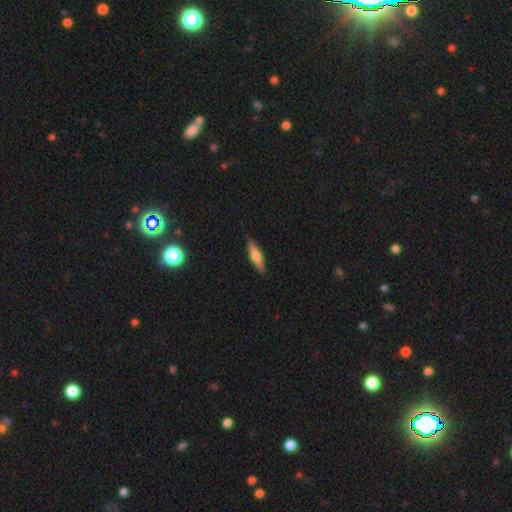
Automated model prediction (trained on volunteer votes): smooth-or-featured: smooth: 51% | featured or disk: 43% | star or artifact: 6%
  how-rounded: cigar-shaped: 74% | in between: 24% | round: 2%
  merging: none: 89% | minor disturbance: 9% | major disturbance: 2% | merger: 1%